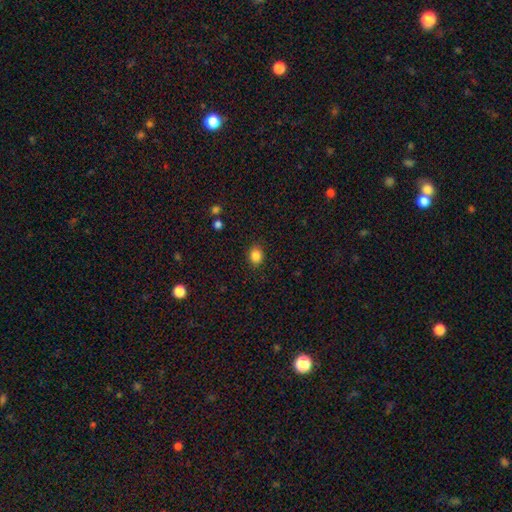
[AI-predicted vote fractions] A smooth galaxy with no disk features (85%) that is round (60%). Merging: none (87%).